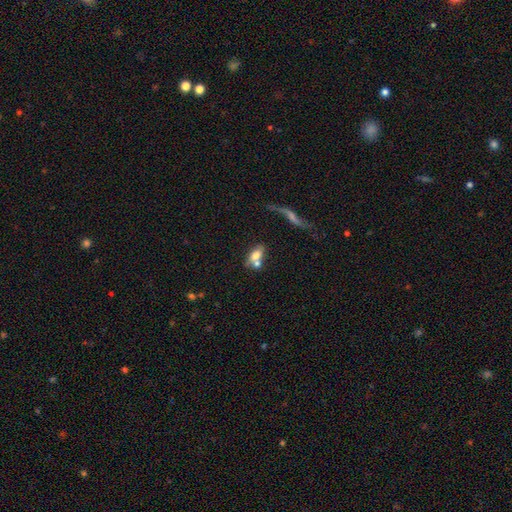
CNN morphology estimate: Smooth or featured: smooth — 66% (featured or disk — 25%)
How rounded: in between — 78% (round — 15%)
Merging: merger — 47% (none — 33%)